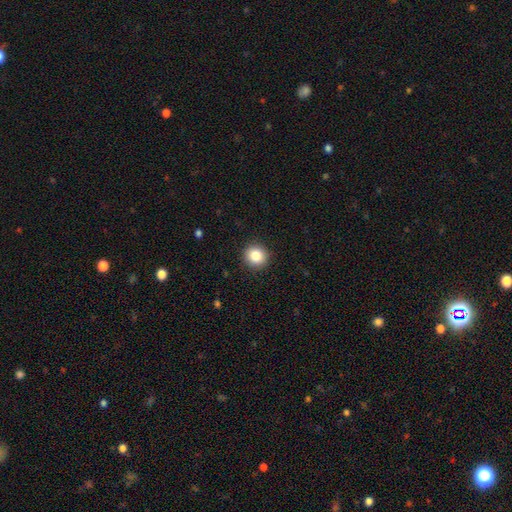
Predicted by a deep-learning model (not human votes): smooth_or_featured: smooth (p=0.85) [alt: star or artifact p=0.10]
how_rounded: round (p=0.92) [alt: in between p=0.07]
merging: none (p=0.92) [alt: minor disturbance p=0.05]